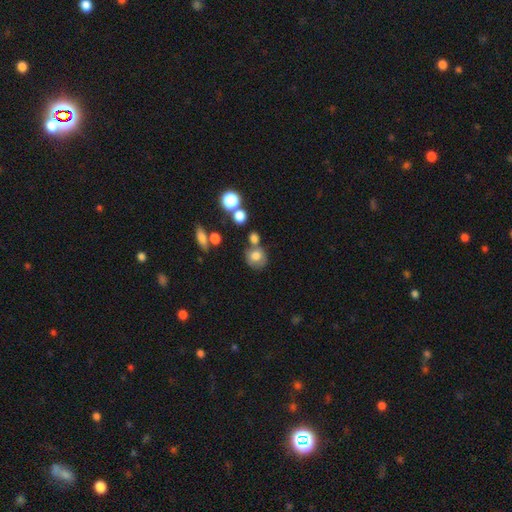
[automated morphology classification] Smooth or featured?
  - smooth: 73% *
  - featured or disk: 15%
  - star or artifact: 11%
How rounded?
  - round: 76% *
  - in between: 23%
  - cigar-shaped: 1%
Merging?
  - none: 52% *
  - merger: 22%
  - minor disturbance: 18%
  - major disturbance: 8%